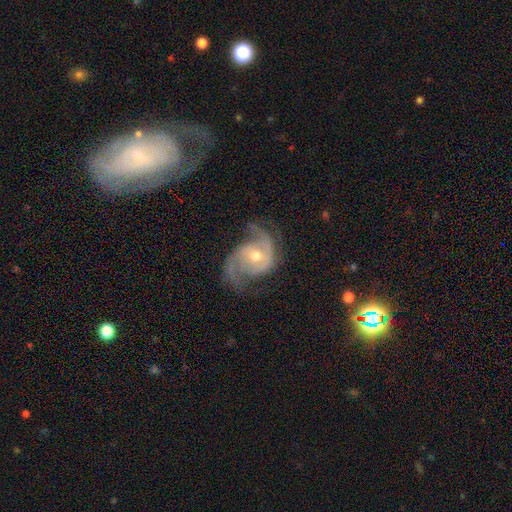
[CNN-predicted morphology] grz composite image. It shows a featured or disk galaxy (86%) with no bar (67%), 2 (61%) medium (46%) spiral arms (95%) and a moderate central bulge (68%). Merging: none (53%).